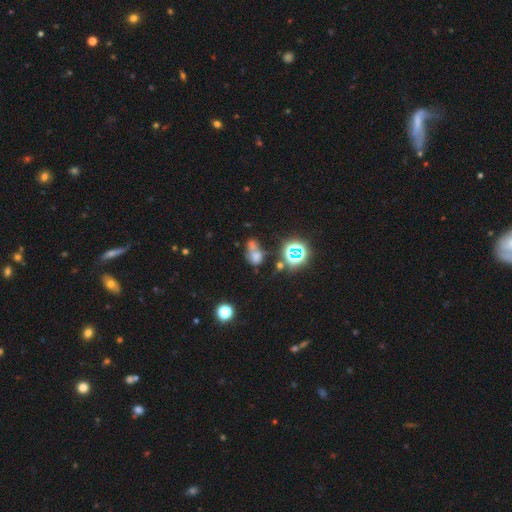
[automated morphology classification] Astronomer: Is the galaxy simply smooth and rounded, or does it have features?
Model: smooth — 53%.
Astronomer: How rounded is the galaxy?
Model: in between — 52% (runner-up: round, 46%).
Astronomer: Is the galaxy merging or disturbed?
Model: merger — 50% (runner-up: none, 27%).